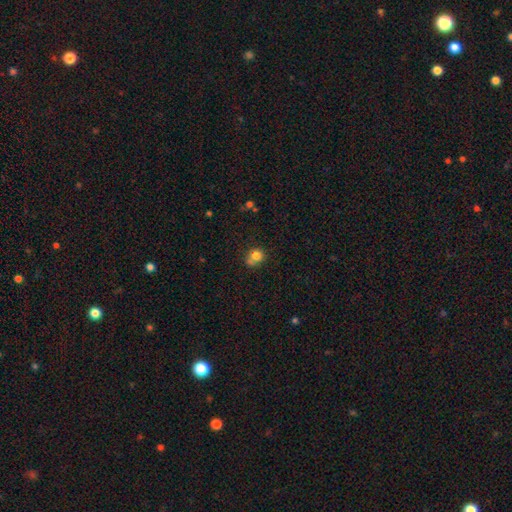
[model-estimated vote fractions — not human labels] Smooth or featured? smooth (78%)
How rounded? round (74%)
Merging? none (49%)